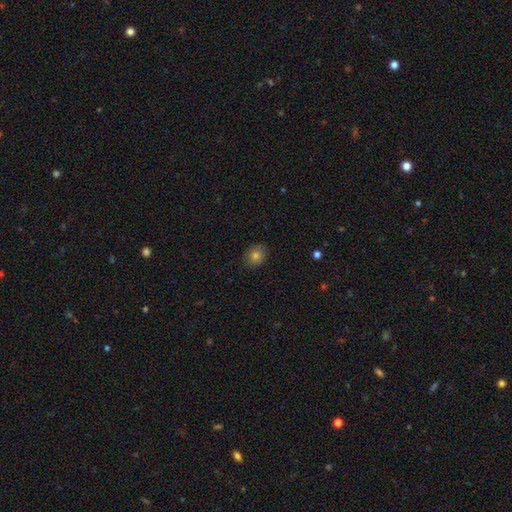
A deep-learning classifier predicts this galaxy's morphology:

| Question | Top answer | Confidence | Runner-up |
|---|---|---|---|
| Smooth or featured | smooth | 79% | star or artifact (11%) |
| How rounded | round | 59% | in between (40%) |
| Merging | none | 82% | minor disturbance (14%) |